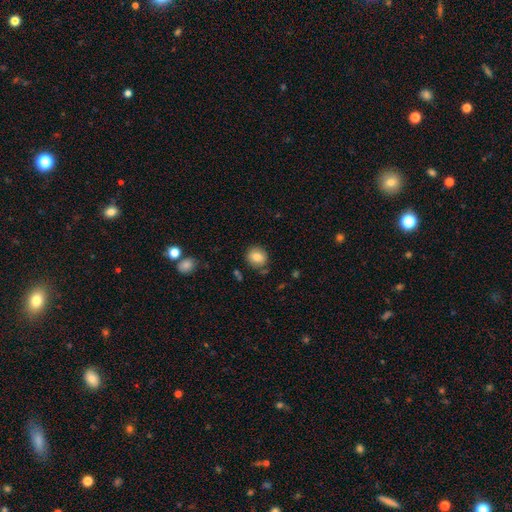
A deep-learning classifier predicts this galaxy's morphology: smooth-or-featured: smooth: 82% | star or artifact: 9% | featured or disk: 9%
  how-rounded: round: 81% | in between: 19% | cigar-shaped: 1%
  merging: none: 83% | minor disturbance: 11% | merger: 3% | major disturbance: 3%